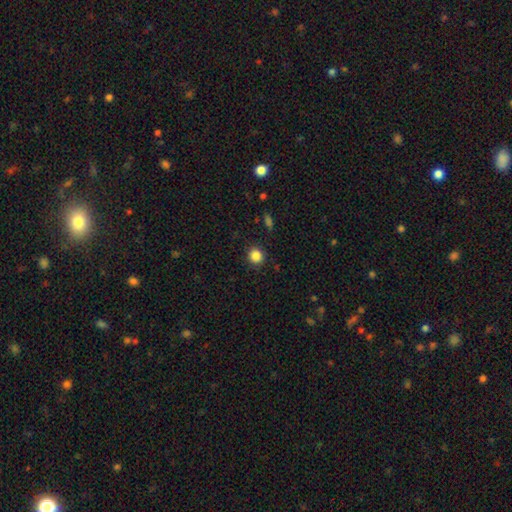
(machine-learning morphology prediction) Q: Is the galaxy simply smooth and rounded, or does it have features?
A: smooth — 86%.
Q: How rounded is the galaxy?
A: round — 91%.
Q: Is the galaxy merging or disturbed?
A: none — 91%.